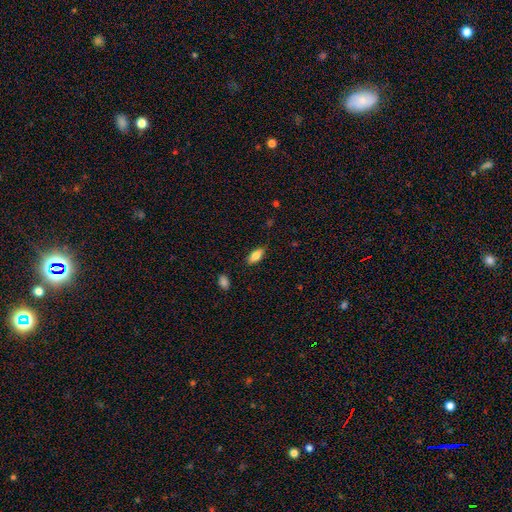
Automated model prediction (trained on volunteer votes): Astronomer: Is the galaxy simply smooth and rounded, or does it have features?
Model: smooth — 77%.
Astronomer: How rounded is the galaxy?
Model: in between — 83%.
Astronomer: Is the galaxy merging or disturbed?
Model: none — 83%.